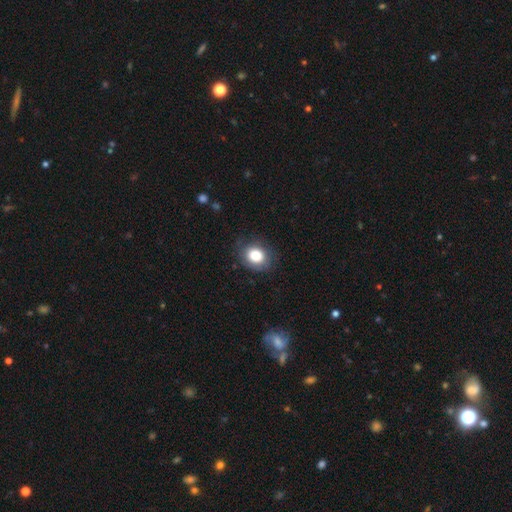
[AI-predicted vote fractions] Smooth or featured?
  - smooth: 82% *
  - featured or disk: 10%
  - star or artifact: 8%
How rounded?
  - round: 53% *
  - in between: 46%
  - cigar-shaped: 1%
Merging?
  - none: 78% *
  - minor disturbance: 16%
  - major disturbance: 5%
  - merger: 1%